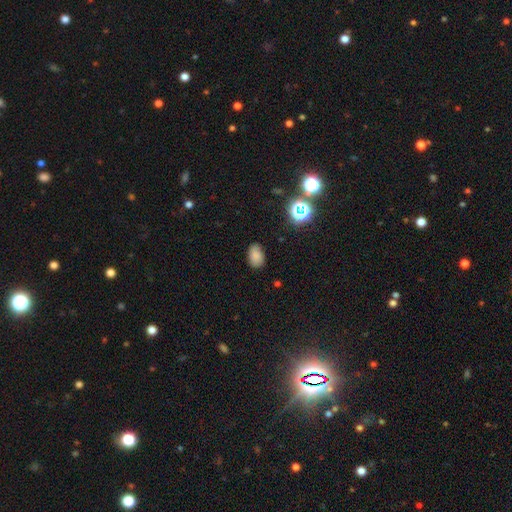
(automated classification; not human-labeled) Smooth or featured? Predicted: smooth (p=0.80). How rounded? Predicted: in between (p=0.86). Merging? Predicted: none (p=0.78).